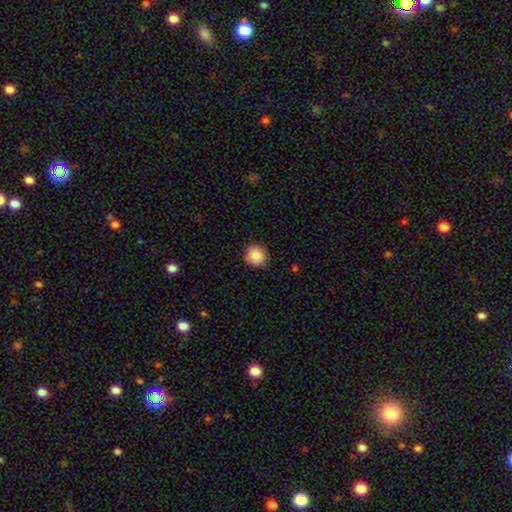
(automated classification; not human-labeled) smooth_or_featured: smooth (p=0.88) [alt: star or artifact p=0.08]
how_rounded: round (p=0.87) [alt: in between p=0.12]
merging: none (p=0.87) [alt: minor disturbance p=0.10]